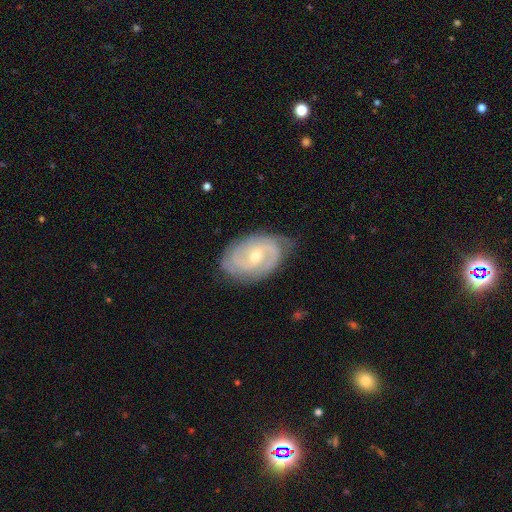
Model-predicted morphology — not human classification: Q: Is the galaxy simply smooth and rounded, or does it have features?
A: featured or disk — 85%.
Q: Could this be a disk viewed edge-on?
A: no — 96%.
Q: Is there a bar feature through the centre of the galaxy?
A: no — 49%.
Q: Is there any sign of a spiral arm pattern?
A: yes — 95%.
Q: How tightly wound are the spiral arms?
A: tight — 55%.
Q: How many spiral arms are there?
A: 2 — 51%.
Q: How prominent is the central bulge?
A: small — 53%.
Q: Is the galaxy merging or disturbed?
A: none — 74%.